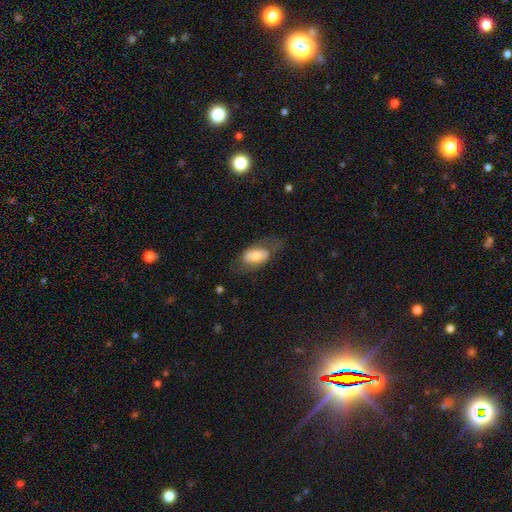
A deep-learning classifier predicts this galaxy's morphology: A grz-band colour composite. It shows a smooth galaxy with no disk features (62%) that is in between round and cigar-shaped (90%). Merging: none (54%).